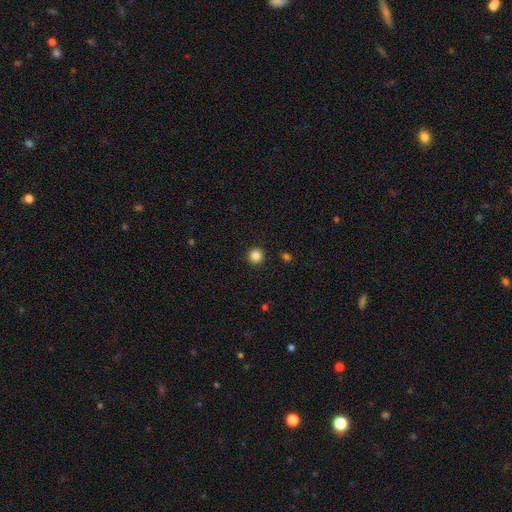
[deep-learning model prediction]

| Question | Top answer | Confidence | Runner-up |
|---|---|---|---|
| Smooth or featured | smooth | 86% | star or artifact (11%) |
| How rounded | round | 95% | in between (4%) |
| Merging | none | 92% | minor disturbance (5%) |